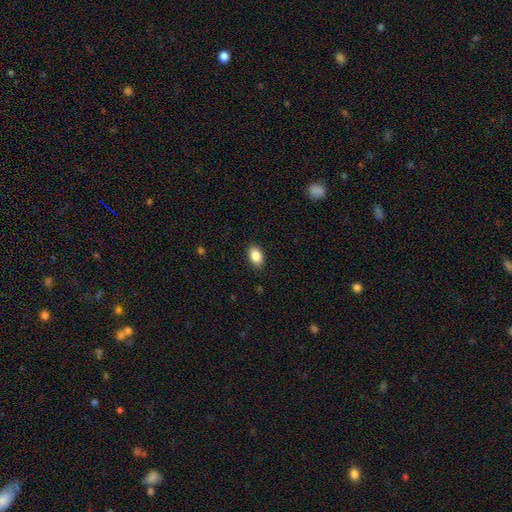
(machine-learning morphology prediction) Smooth or featured? Predicted: smooth (p=0.88). How rounded? Predicted: in between (p=0.91). Merging? Predicted: none (p=0.88).